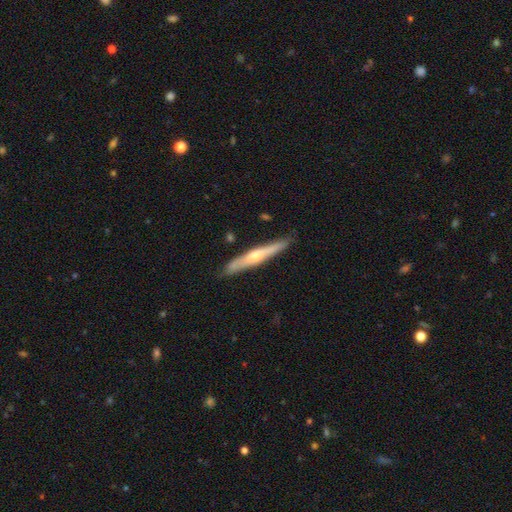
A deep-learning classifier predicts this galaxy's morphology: Q: Smooth or featured?
A: featured or disk (61%); runner-up: smooth (33%)
Q: Edge-on disk?
A: yes (95%); runner-up: no (5%)
Q: Edge-on bulge?
A: rounded (81%); runner-up: none (15%)
Q: Merging?
A: none (87%); runner-up: minor disturbance (9%)